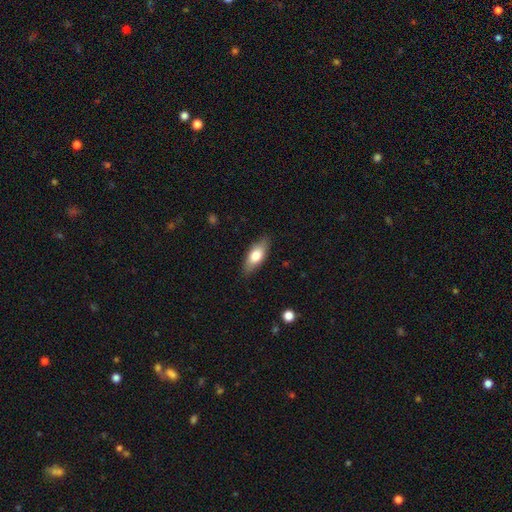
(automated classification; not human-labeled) This is likely a smooth galaxy (72%). How rounded: likely in between (79%). Merging: clearly none (84%).